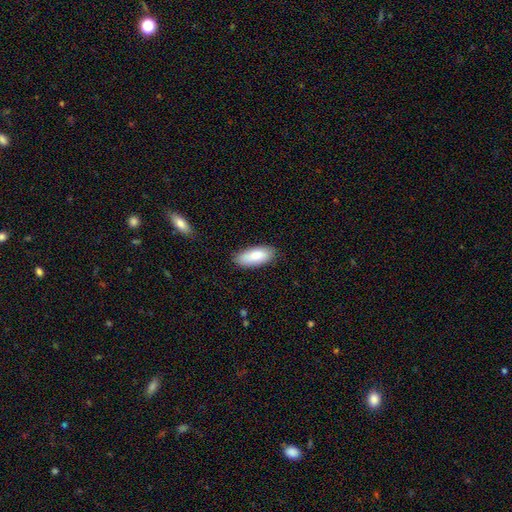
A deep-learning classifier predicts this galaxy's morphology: Overall: smooth (84%). How rounded: in between (83%). Merging: none (83%).